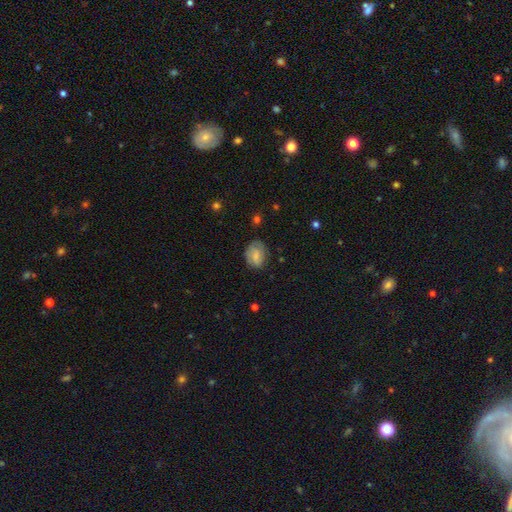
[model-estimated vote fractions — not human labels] smooth 70%, featured or disk 22%, star or artifact 9%. Down the decision tree: how rounded — in between (65%); merging — none (64%).